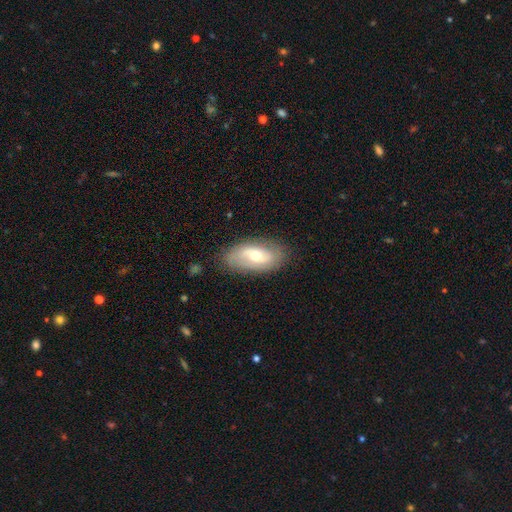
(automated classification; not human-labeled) Smooth or featured: featured or disk — 52% (smooth — 42%)
Edge-on disk: no — 89% (yes — 11%)
Merging: none — 80% (minor disturbance — 14%)